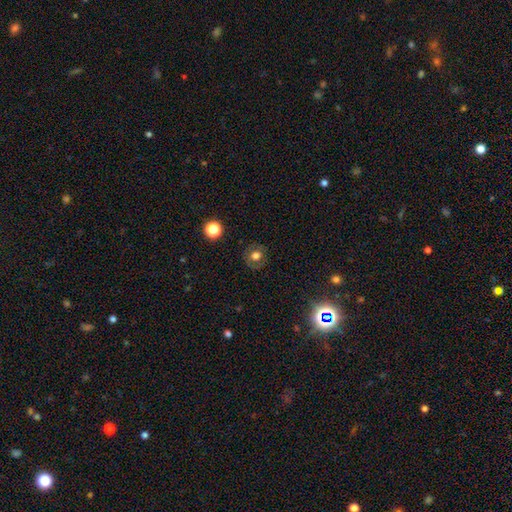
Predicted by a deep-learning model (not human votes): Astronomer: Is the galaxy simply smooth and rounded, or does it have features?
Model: smooth — 63%.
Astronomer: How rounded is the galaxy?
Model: round — 82%.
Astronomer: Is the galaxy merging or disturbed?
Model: none — 82%.